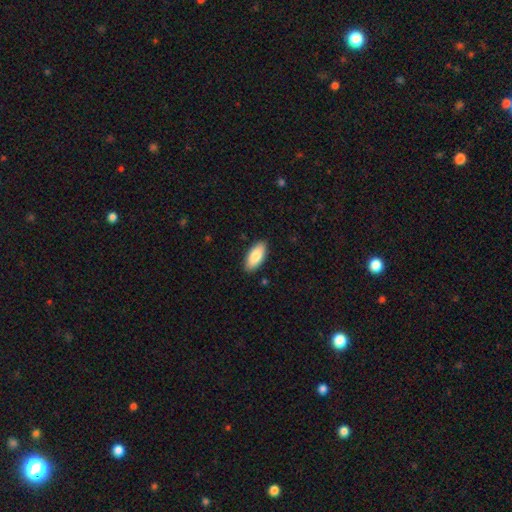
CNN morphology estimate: type=smooth (85%); roundness=in between (88%); merging=none (89%).